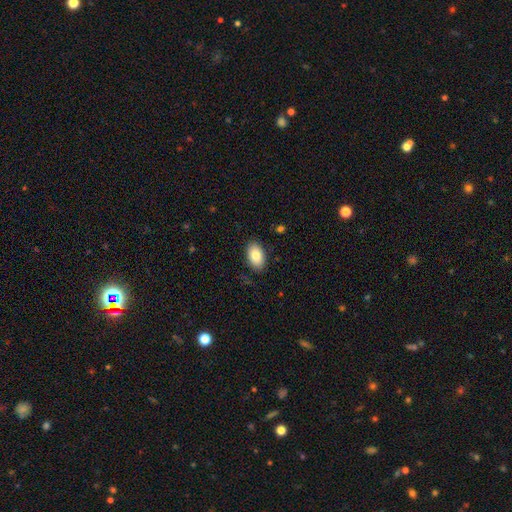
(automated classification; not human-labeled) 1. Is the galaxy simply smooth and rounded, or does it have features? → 85% smooth, 8% featured or disk, 7% star or artifact.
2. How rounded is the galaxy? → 93% in between, 6% round, 1% cigar-shaped.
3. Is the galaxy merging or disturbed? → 85% none, 11% minor disturbance, 3% major disturbance, 1% merger.